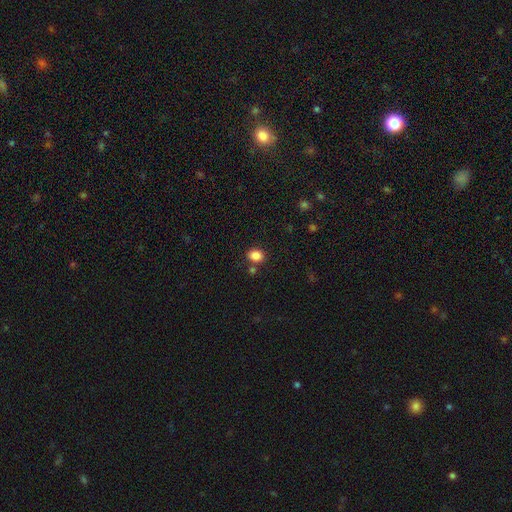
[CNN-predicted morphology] Overall: smooth (86%). How rounded: in between (58%; round 41%). Merging: none (76%).